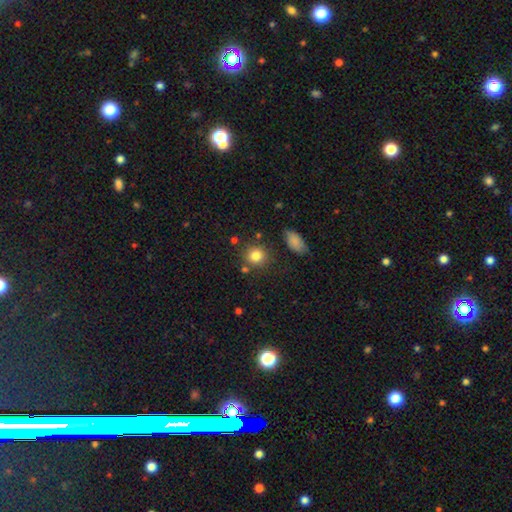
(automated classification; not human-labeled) A smooth galaxy with no disk features (82%) that is round (86%).

Vote fractions:
- Smooth or featured? smooth: 82% / star or artifact: 11% / featured or disk: 7%
- How rounded? round: 86% / in between: 13% / cigar-shaped: 1%
- Merging? none: 78% / minor disturbance: 11% / merger: 7% / major disturbance: 4%